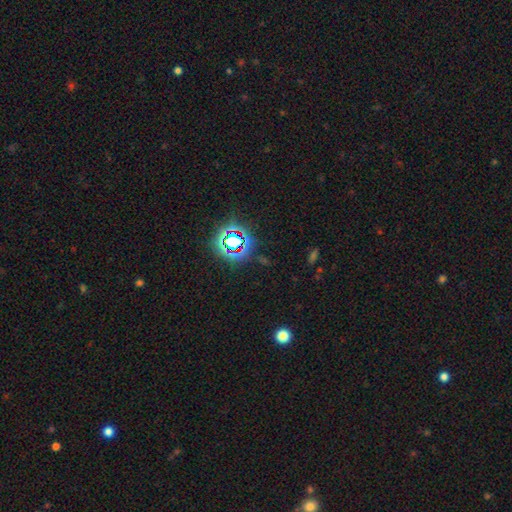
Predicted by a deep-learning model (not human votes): Overall: star or artifact (75%).